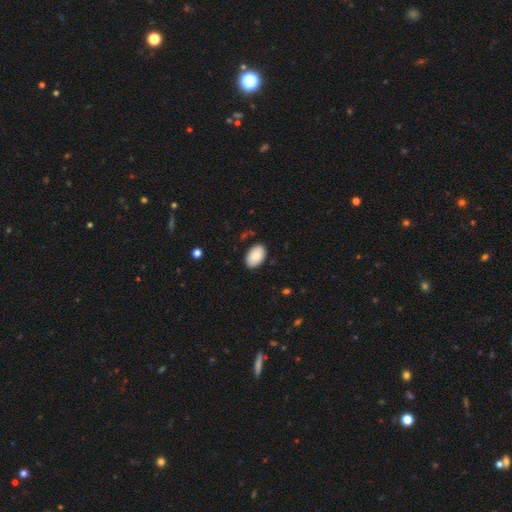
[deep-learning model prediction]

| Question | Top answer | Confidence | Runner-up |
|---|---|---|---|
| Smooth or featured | smooth | 85% | featured or disk (9%) |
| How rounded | in between | 92% | round (7%) |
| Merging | none | 85% | minor disturbance (11%) |